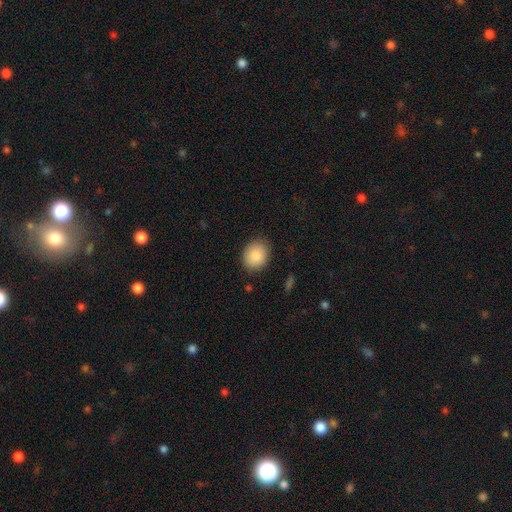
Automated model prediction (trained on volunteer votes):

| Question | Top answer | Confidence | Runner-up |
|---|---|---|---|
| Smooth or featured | smooth | 87% | star or artifact (7%) |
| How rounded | round | 59% | in between (40%) |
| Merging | none | 84% | minor disturbance (12%) |